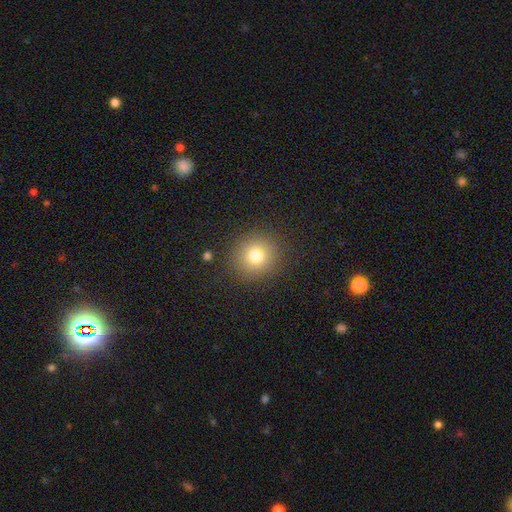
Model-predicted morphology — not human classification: Q: Smooth or featured?
A: smooth (78%); runner-up: star or artifact (14%)
Q: How rounded?
A: round (89%); runner-up: in between (10%)
Q: Merging?
A: none (89%); runner-up: minor disturbance (7%)